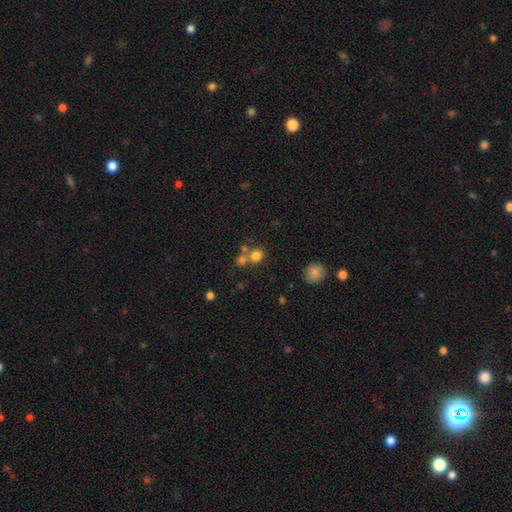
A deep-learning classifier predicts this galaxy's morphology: This is likely a smooth galaxy (77%). How rounded: likely round (74%). Merging: possibly none (49%).